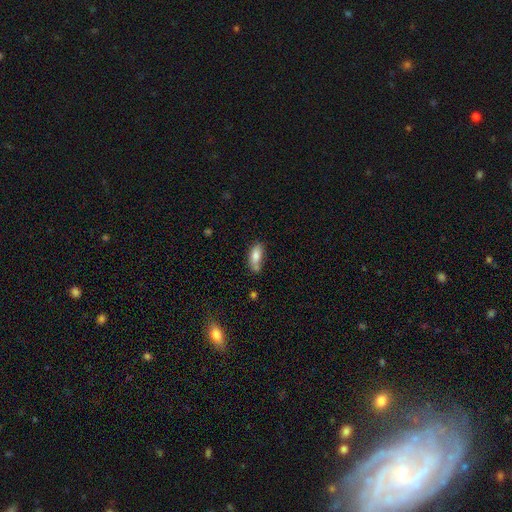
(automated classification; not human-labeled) This appears to be a smooth galaxy with no disk features (79%) that is in between round and cigar-shaped (80%). Merging: none (51%).